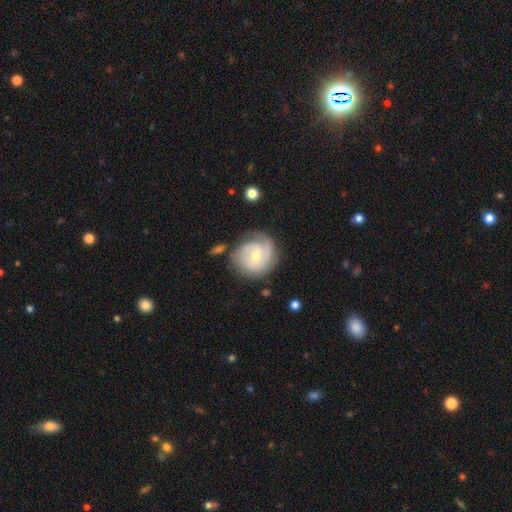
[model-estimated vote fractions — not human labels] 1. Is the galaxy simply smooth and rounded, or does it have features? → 75% featured or disk, 19% smooth, 5% star or artifact.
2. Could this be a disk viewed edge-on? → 97% no, 3% yes.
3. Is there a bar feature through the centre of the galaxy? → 64% no, 31% weak, 5% strong.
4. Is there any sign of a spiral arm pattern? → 91% yes, 9% no.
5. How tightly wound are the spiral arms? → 58% tight, 30% medium, 12% loose.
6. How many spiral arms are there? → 38% 2, 30% 1, 18% can't tell, 9% 3, 2% 4, 2% more than 4.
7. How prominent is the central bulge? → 56% moderate, 40% small, 2% large, 1% none, 1% dominant.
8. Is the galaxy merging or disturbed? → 65% none, 21% minor disturbance, 10% major disturbance, 3% merger.